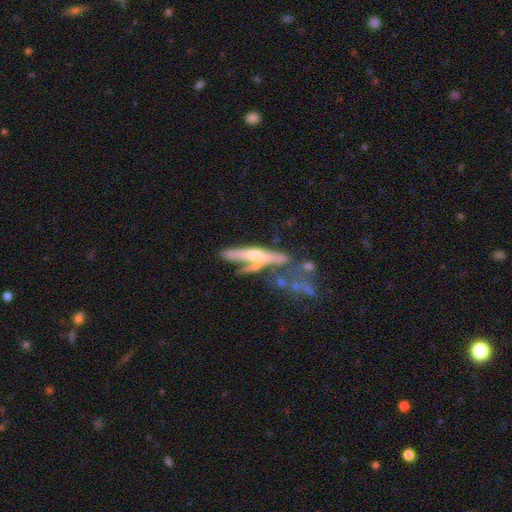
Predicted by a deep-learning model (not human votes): This appears to be a featured or disk galaxy (62%) viewed edge-on (79%). Merging: none (33%).